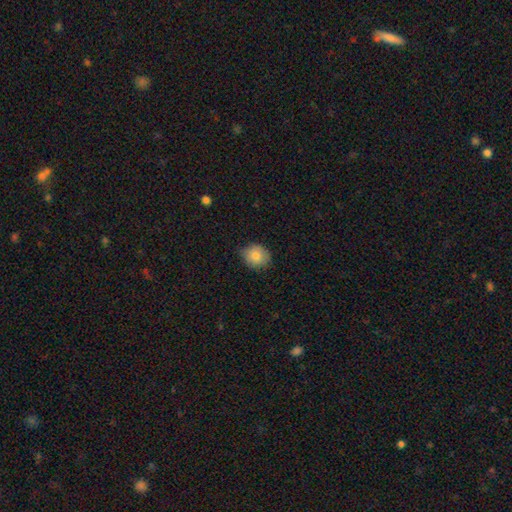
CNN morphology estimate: This appears to be a smooth galaxy with no disk features (81%) that is round (75%). Merging: none (74%).